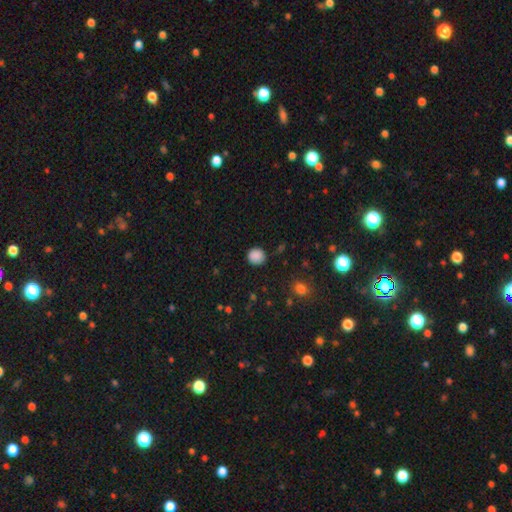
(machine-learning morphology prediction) Q: Smooth or featured?
A: smooth (87%); runner-up: star or artifact (10%)
Q: How rounded?
A: round (88%); runner-up: in between (11%)
Q: Merging?
A: none (87%); runner-up: minor disturbance (9%)